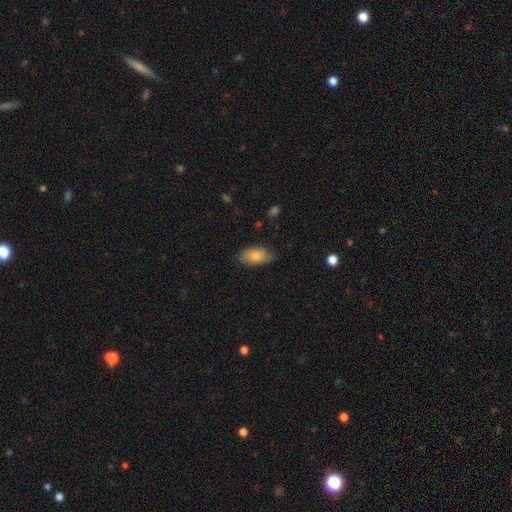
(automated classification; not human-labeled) Smooth or featured? smooth (81%)
How rounded? in between (92%)
Merging? none (66%)